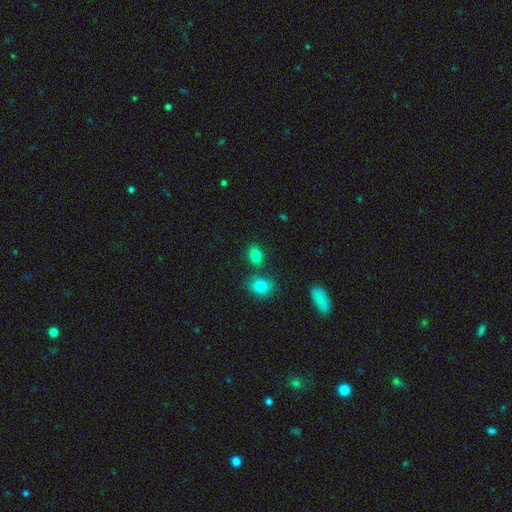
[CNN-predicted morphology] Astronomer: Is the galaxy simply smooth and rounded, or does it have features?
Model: smooth — 83%.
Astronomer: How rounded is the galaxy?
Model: in between — 74%.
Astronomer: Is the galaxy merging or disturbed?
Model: none — 74%.